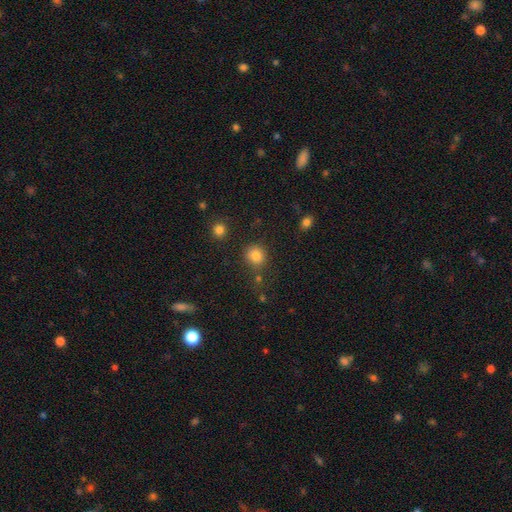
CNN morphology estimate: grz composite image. It shows a smooth galaxy with no disk features (82%) that is round (87%). Merging: none (79%).